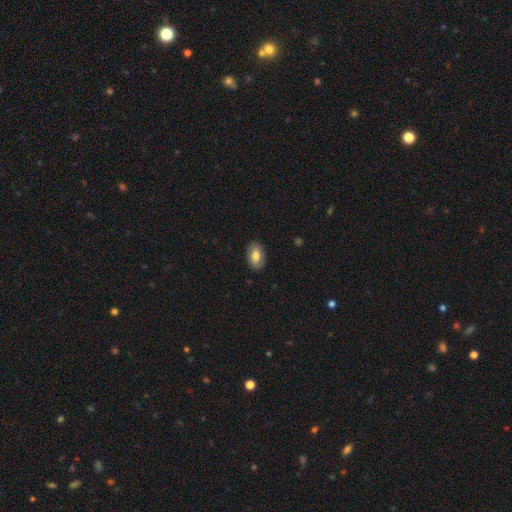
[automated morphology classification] type=smooth (77%); roundness=in between (90%); merging=none (87%).